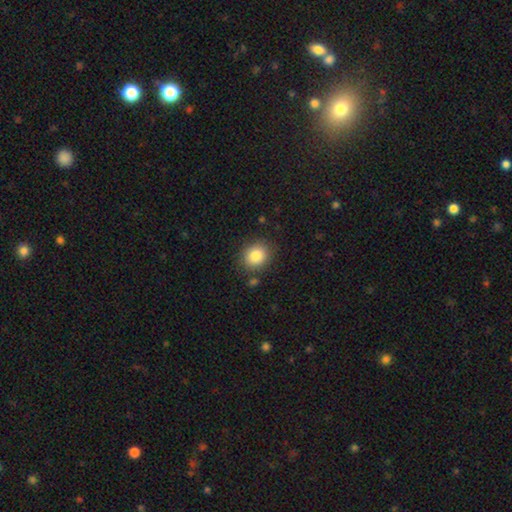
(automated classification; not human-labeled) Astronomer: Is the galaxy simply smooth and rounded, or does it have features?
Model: smooth — 84%.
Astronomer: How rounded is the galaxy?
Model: round — 69%.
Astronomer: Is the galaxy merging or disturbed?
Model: none — 85%.